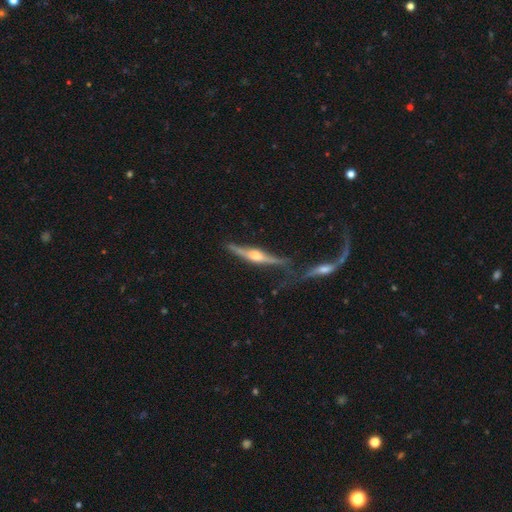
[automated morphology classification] featured or disk 77%, smooth 17%, star or artifact 6%. Down the decision tree: edge-on disk — yes (96%); edge-on bulge — rounded (86%); merging — none (63%).